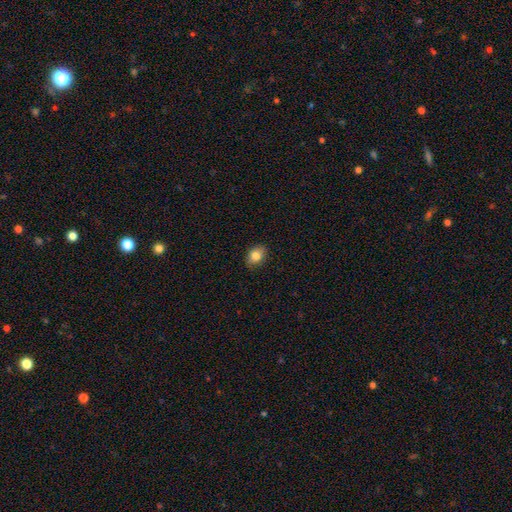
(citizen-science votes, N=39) This is clearly a smooth galaxy (82%). How rounded: likely in between (69%). Merging: clearly none (89%).